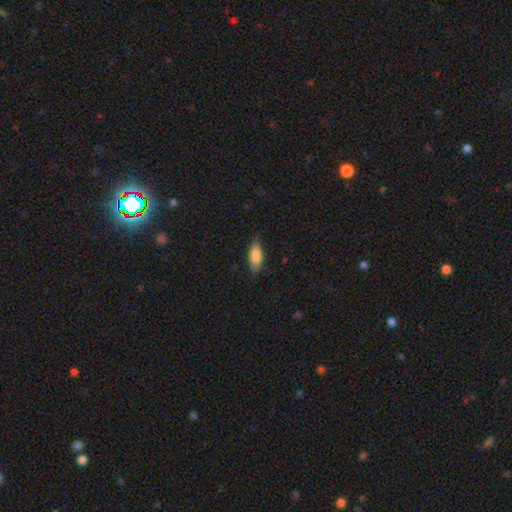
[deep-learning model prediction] Q: Smooth or featured?
A: smooth (82%); runner-up: featured or disk (12%)
Q: How rounded?
A: in between (74%); runner-up: cigar-shaped (24%)
Q: Merging?
A: none (80%); runner-up: minor disturbance (16%)